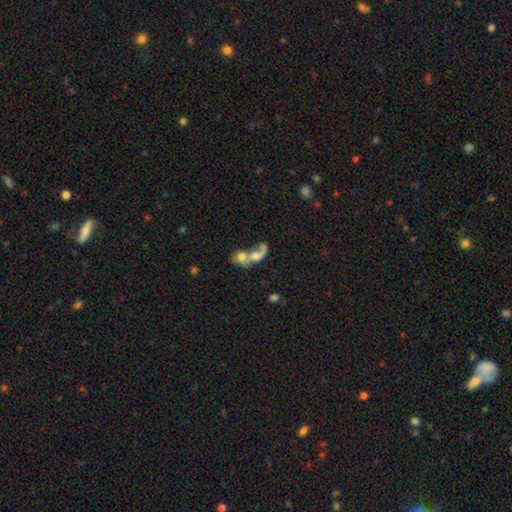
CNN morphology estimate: smooth-or-featured: smooth: 45% (tied) | featured or disk: 45% (tied) | star or artifact: 10%
  merging: merger: 77% | major disturbance: 10% | none: 9% | minor disturbance: 4%